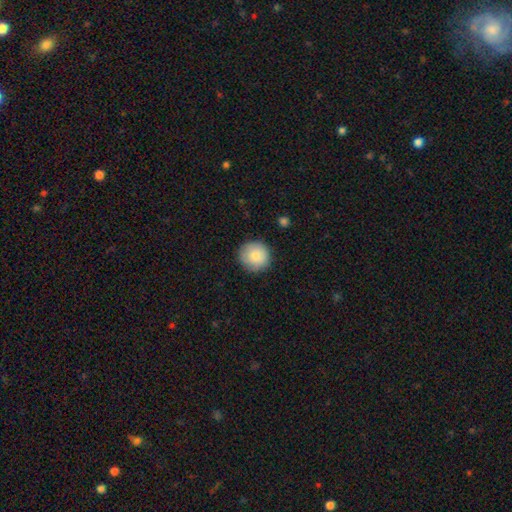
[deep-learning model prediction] smooth_or_featured: smooth (p=0.83) [alt: featured or disk p=0.09]
how_rounded: round (p=0.94) [alt: in between p=0.05]
merging: none (p=0.87) [alt: minor disturbance p=0.10]